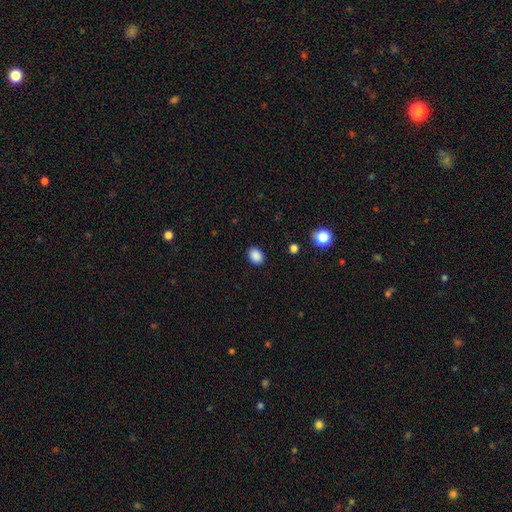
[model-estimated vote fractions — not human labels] smooth-or-featured: smooth: 88% | star or artifact: 9% | featured or disk: 3%
  how-rounded: in between: 65% | round: 34% | cigar-shaped: 1%
  merging: none: 89% | minor disturbance: 8% | major disturbance: 2% | merger: 1%